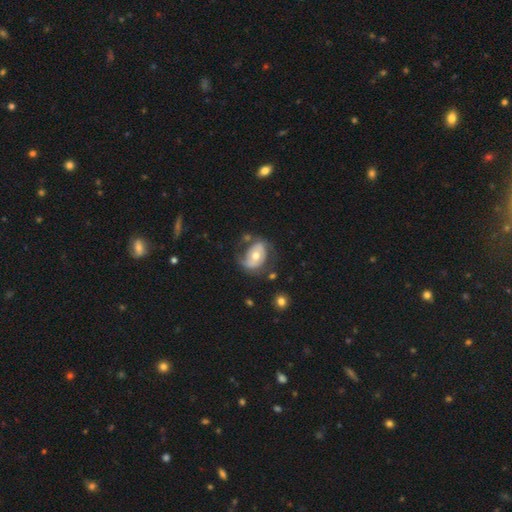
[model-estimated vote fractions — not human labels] featured or disk 65%, smooth 29%, star or artifact 6%. Down the decision tree: edge-on disk — no (96%); bar — no (57%); spiral arms — yes (73%); bulge size — moderate (72%); merging — none (52%).